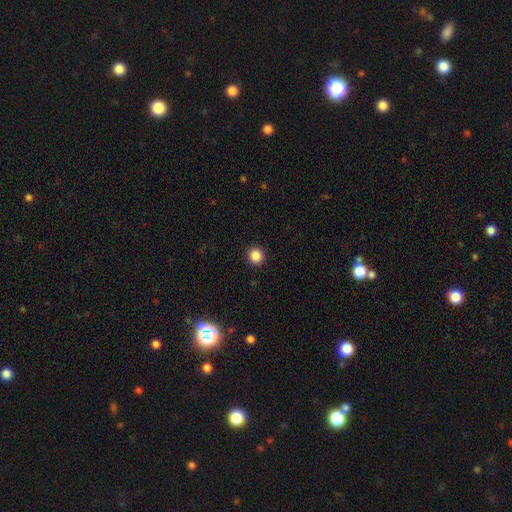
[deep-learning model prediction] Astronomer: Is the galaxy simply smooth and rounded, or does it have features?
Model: smooth — 87%.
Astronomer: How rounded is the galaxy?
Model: round — 93%.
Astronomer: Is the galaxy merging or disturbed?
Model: none — 93%.